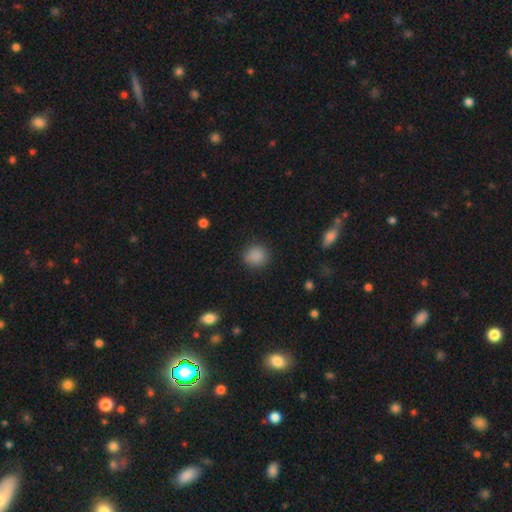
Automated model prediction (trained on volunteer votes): A smooth galaxy with no disk features (87%) that is round (83%).

Vote fractions:
- Smooth or featured? smooth: 87% / star or artifact: 10% / featured or disk: 3%
- How rounded? round: 83% / in between: 16% / cigar-shaped: 1%
- Merging? none: 88% / minor disturbance: 8% / major disturbance: 3% / merger: 1%